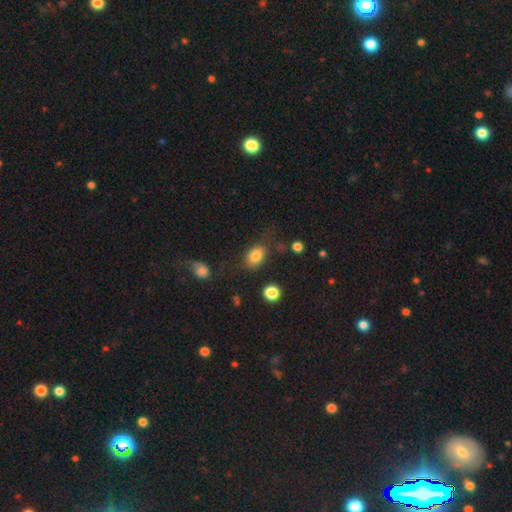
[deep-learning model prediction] Smooth or featured? smooth (81%)
How rounded? in between (76%)
Merging? none (61%)